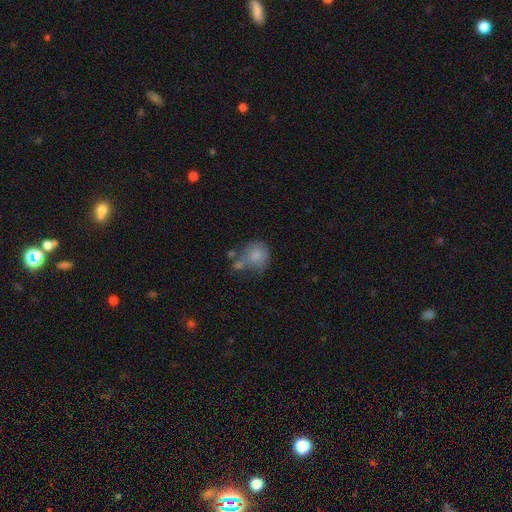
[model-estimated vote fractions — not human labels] Morphology: type=smooth (72%); roundness=round (67%); merging=none (33%).